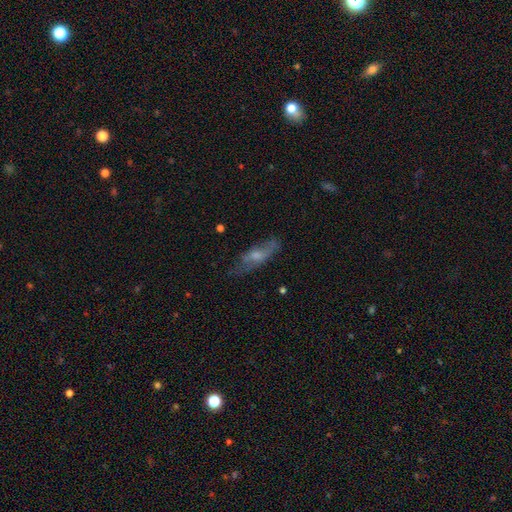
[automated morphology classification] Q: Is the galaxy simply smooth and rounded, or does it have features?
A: featured or disk — 50%.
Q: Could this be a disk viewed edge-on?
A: no — 58%.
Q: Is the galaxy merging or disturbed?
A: none — 62%.